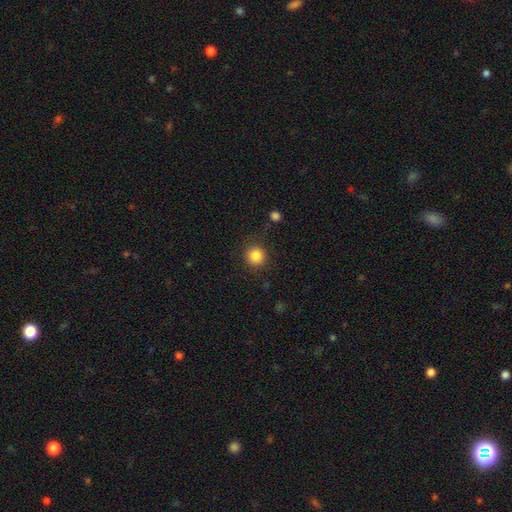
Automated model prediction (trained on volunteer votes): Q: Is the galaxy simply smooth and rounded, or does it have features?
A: smooth — 86%.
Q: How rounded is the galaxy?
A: round — 93%.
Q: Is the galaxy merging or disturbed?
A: none — 86%.